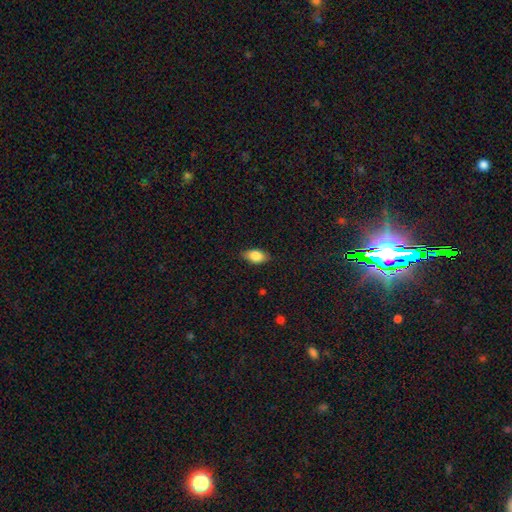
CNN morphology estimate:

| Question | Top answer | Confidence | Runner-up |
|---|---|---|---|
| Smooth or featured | smooth | 85% | featured or disk (8%) |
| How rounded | in between | 90% | round (5%) |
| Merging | none | 82% | minor disturbance (15%) |